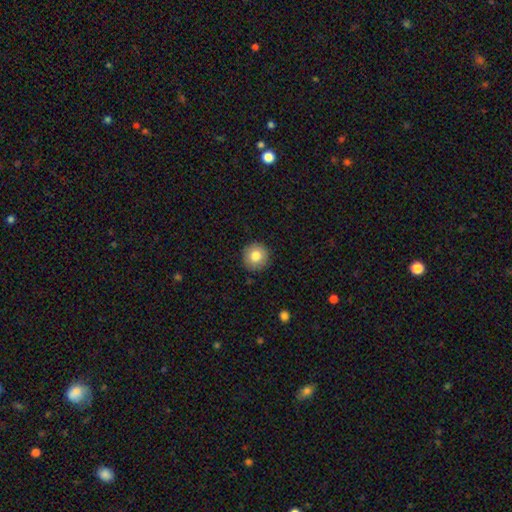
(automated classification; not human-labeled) Q: Smooth or featured?
A: smooth (81%); runner-up: featured or disk (10%)
Q: How rounded?
A: round (95%); runner-up: in between (4%)
Q: Merging?
A: none (91%); runner-up: minor disturbance (6%)